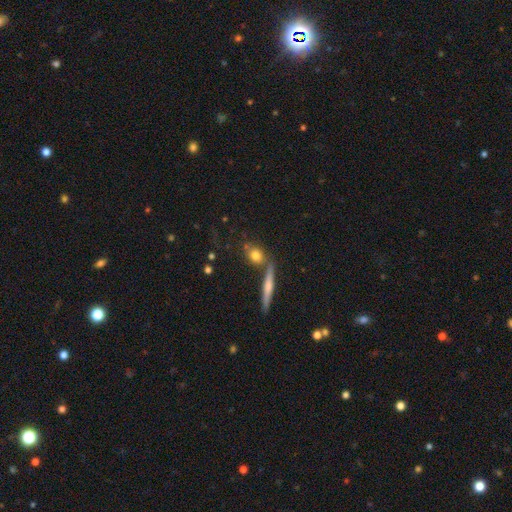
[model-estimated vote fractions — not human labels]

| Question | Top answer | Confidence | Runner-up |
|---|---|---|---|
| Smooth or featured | smooth | 71% | featured or disk (18%) |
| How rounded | round | 50% | in between (36%) |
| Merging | none | 65% | merger (19%) |